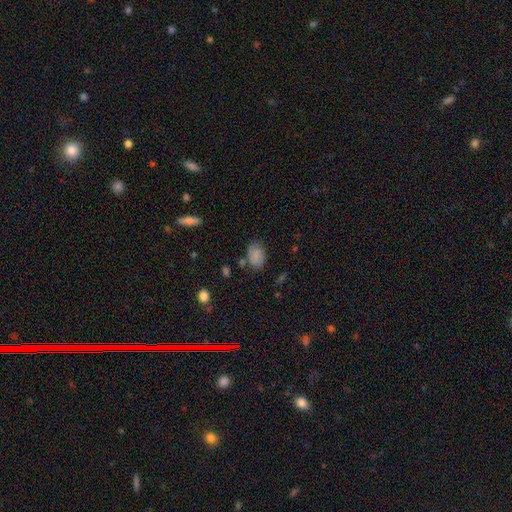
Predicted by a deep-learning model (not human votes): The model was most divided on "merging": none: 70%, minor disturbance: 20%, major disturbance: 6%, merger: 4%. More confident: smooth or featured — smooth (80%); how rounded — in between (79%).